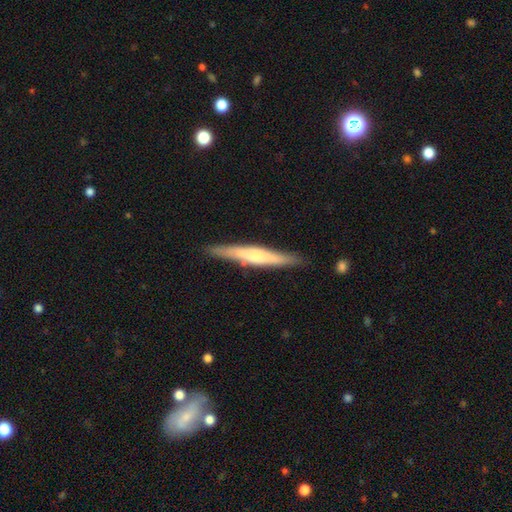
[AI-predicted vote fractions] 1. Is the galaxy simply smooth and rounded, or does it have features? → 54% featured or disk, 40% smooth, 5% star or artifact.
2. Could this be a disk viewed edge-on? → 95% yes, 5% no.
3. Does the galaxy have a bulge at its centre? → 55% rounded, 26% none, 19% boxy.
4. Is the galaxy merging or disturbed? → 87% none, 10% minor disturbance, 2% major disturbance, 2% merger.